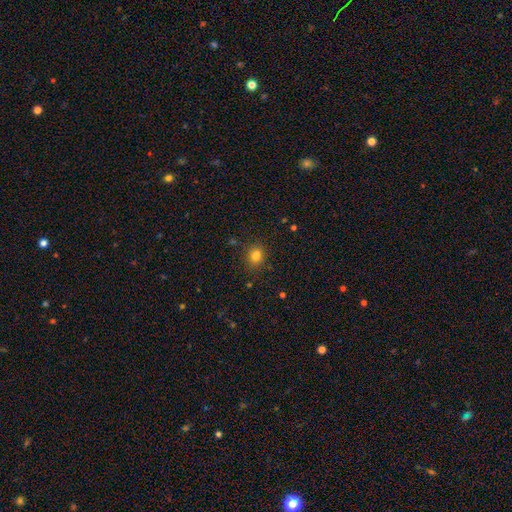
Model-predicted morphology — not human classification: This is clearly a smooth galaxy (81%). How rounded: likely round (66%). Merging: clearly none (84%).